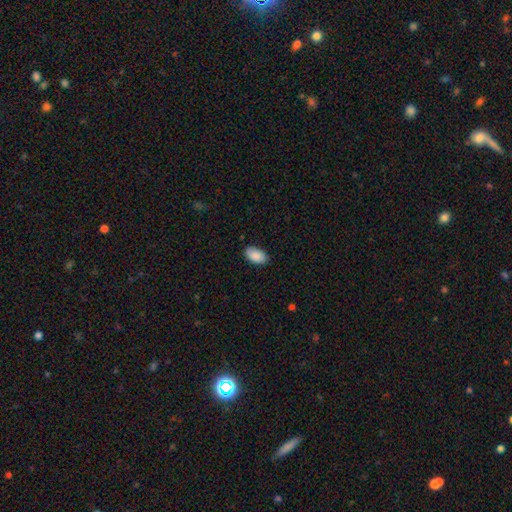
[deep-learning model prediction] Q: Smooth or featured?
A: smooth (89%); runner-up: star or artifact (6%)
Q: How rounded?
A: in between (95%); runner-up: round (4%)
Q: Merging?
A: none (83%); runner-up: minor disturbance (13%)